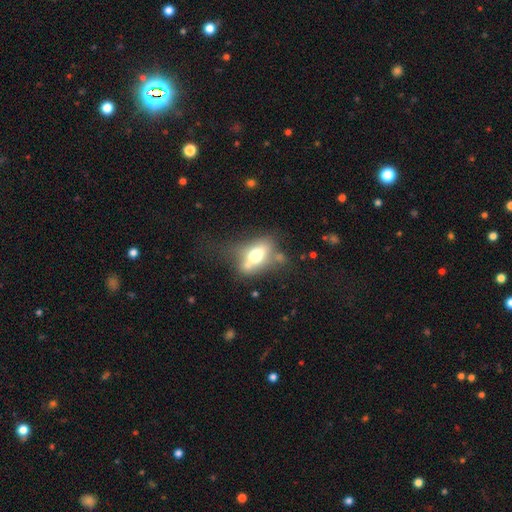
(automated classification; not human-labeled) The model was most divided on "merging": none: 47%, minor disturbance: 20%, merger: 19%, major disturbance: 13%. More confident: how rounded — in between (78%); smooth or featured — smooth (63%).